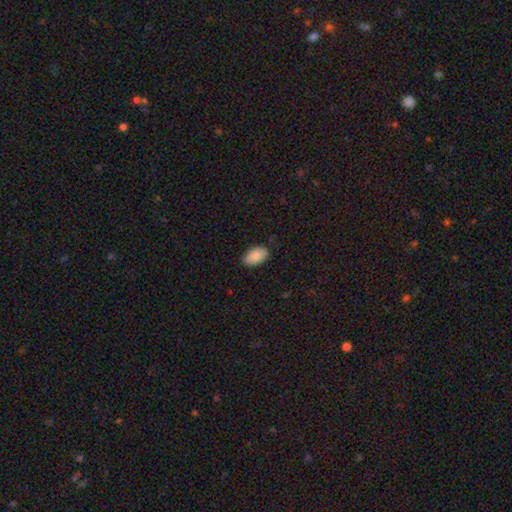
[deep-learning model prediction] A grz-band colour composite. It shows a smooth galaxy with no disk features (89%) that is in between round and cigar-shaped (94%). Merging: none (84%).